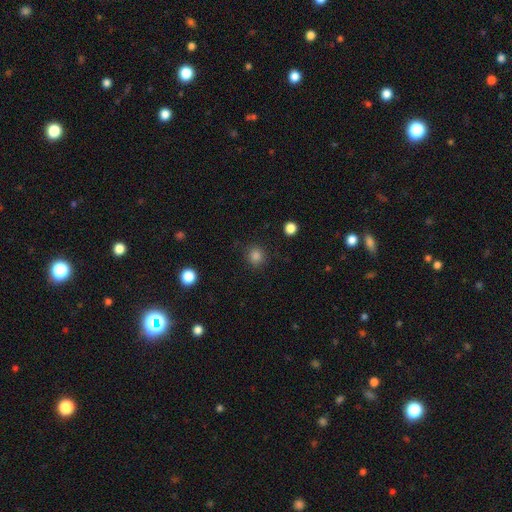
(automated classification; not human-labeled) The model was most divided on "smooth or featured": smooth: 84%, star or artifact: 12%, featured or disk: 4%. More confident: how rounded — round (90%); merging — none (88%).